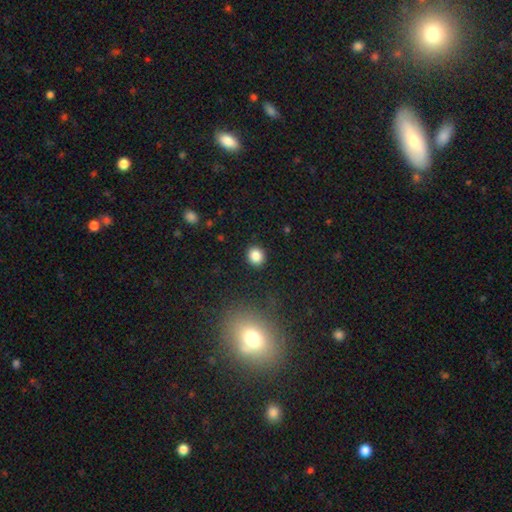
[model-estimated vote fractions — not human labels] Smooth or featured? smooth (85%)
How rounded? round (77%)
Merging? none (90%)